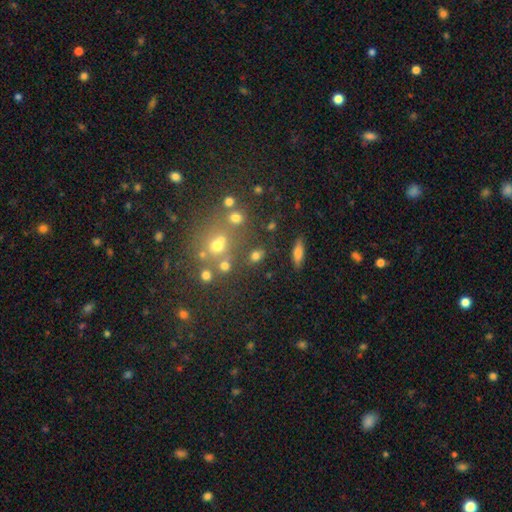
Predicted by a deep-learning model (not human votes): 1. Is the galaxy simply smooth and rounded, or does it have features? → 69% smooth, 18% star or artifact, 14% featured or disk.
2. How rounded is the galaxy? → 53% in between, 43% round, 4% cigar-shaped.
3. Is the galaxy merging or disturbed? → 67% none, 15% merger, 13% minor disturbance, 6% major disturbance.